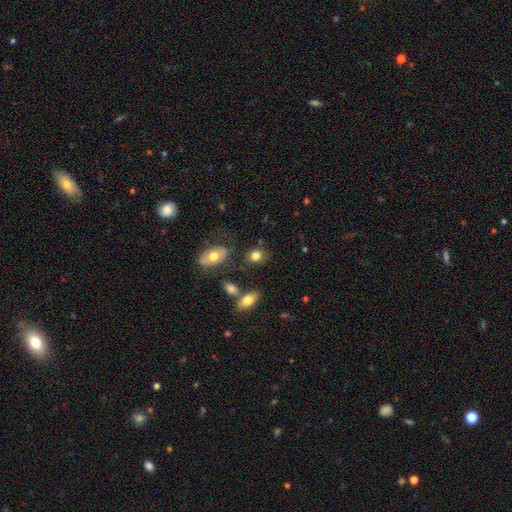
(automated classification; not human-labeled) This appears to be a smooth galaxy with no disk features (79%) that is in between round and cigar-shaped (58%). Merging: none (73%).